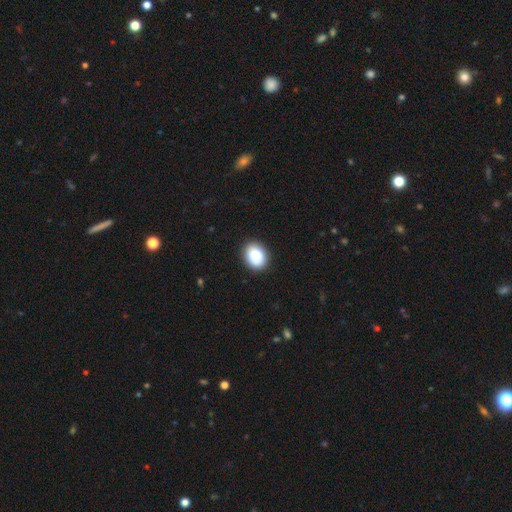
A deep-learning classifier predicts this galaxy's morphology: Smooth or featured? smooth (84%)
How rounded? in between (54%)
Merging? none (88%)